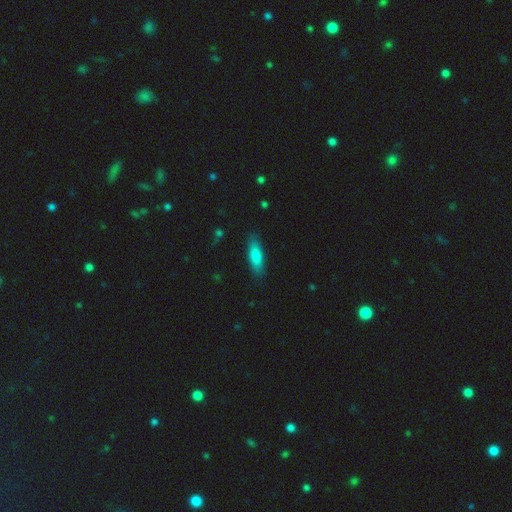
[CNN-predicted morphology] Smooth or featured? smooth (82%)
How rounded? in between (51%)
Merging? none (85%)